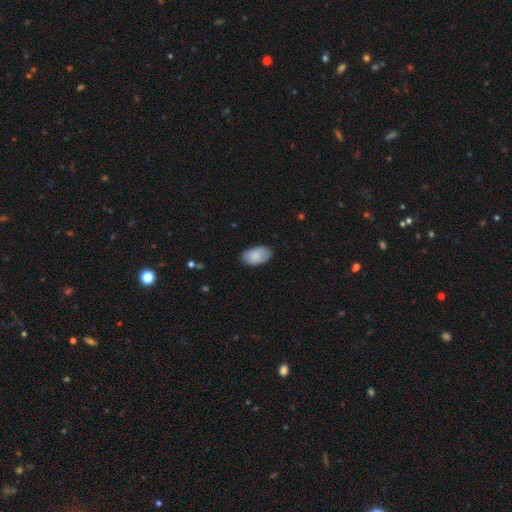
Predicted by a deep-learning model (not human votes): This appears to be a smooth galaxy with no disk features (86%) that is in between round and cigar-shaped (95%). Merging: none (81%).